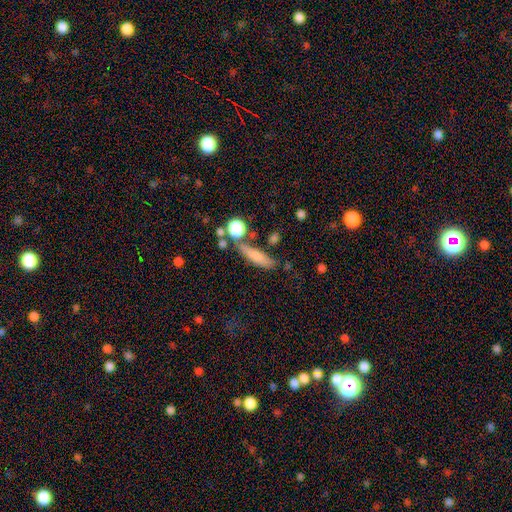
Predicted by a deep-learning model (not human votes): This appears to be a smooth galaxy with no disk features (72%) that is cigar-shaped (68%). Merging: none (65%).